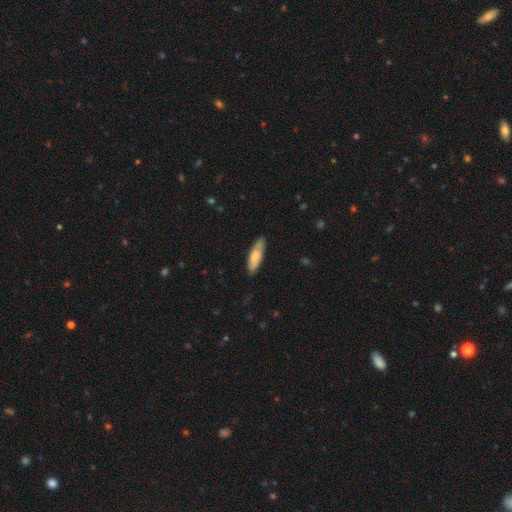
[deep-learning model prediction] Smooth or featured? smooth (70%)
How rounded? in between (50%)
Merging? none (80%)